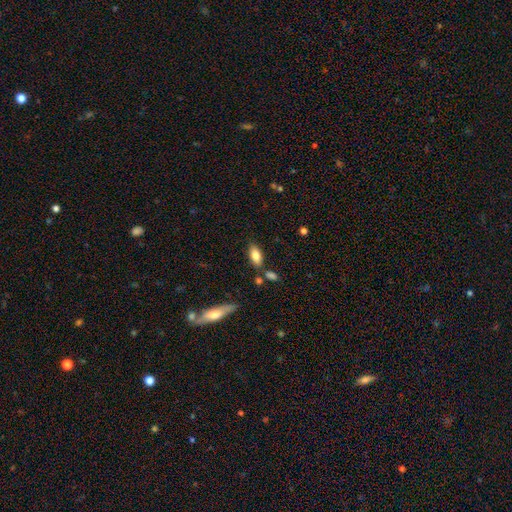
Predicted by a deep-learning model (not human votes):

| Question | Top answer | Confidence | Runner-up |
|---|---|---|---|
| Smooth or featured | smooth | 80% | featured or disk (13%) |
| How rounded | in between | 87% | cigar-shaped (10%) |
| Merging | none | 76% | minor disturbance (13%) |